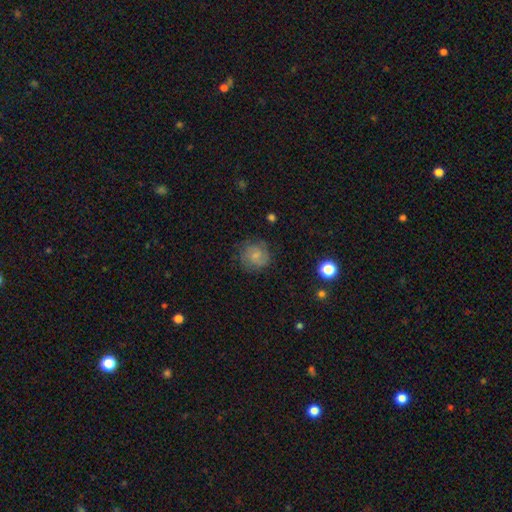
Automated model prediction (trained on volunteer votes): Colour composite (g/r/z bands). It shows a smooth galaxy with no disk features (68%) that is round (87%). Merging: none (73%).